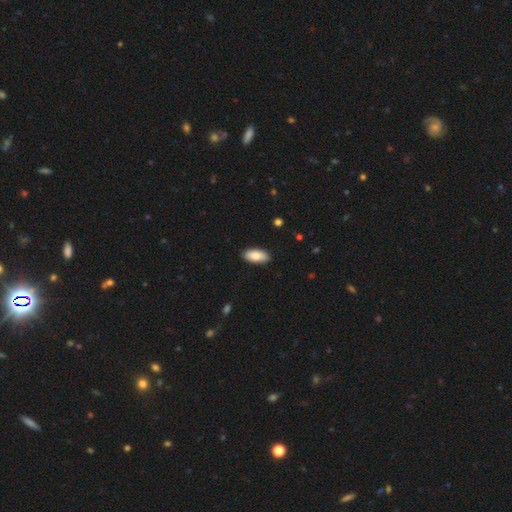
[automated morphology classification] The model was most divided on "smooth or featured": smooth: 83%, featured or disk: 11%, star or artifact: 6%. More confident: how rounded — in between (91%); merging — none (89%).